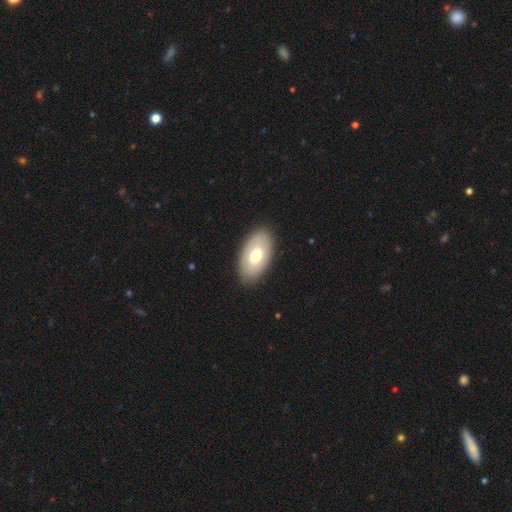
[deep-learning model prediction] This is likely a smooth galaxy (63%). How rounded: clearly in between (94%). Merging: clearly none (85%).